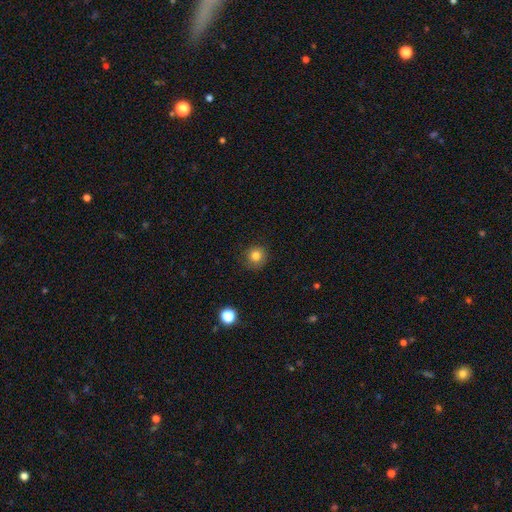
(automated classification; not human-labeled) Q: Smooth or featured?
A: smooth (81%); runner-up: star or artifact (12%)
Q: How rounded?
A: round (92%); runner-up: in between (8%)
Q: Merging?
A: none (85%); runner-up: minor disturbance (11%)